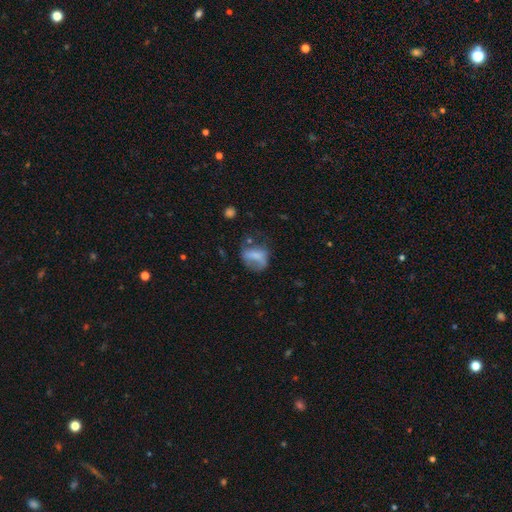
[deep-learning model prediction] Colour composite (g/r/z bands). It shows a smooth galaxy with no disk features (60%) that is in between round and cigar-shaped (60%). Merging: none (36%).